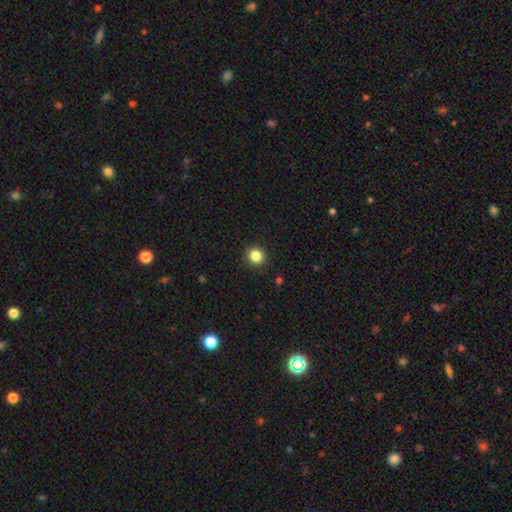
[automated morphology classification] smooth_or_featured: smooth (p=0.86) [alt: star or artifact p=0.11]
how_rounded: round (p=0.91) [alt: in between p=0.08]
merging: none (p=0.91) [alt: minor disturbance p=0.06]